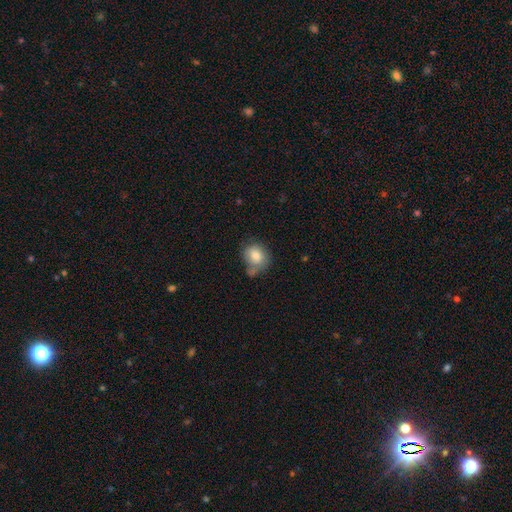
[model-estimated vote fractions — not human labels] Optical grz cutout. It shows a smooth galaxy with no disk features (78%) that is round (59%). Merging: none (47%).